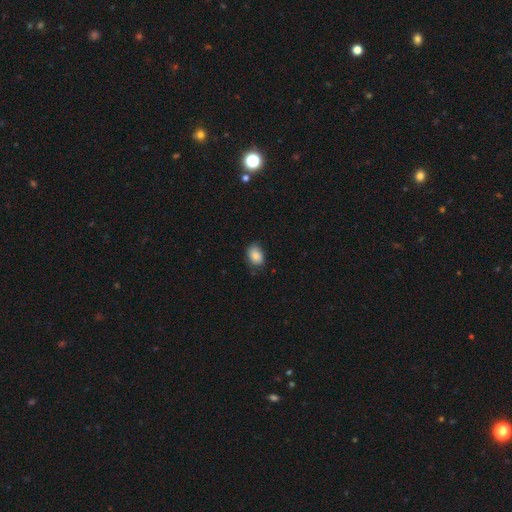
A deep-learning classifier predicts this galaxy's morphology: A smooth galaxy with no disk features (85%) that is in between round and cigar-shaped (78%). Merging: none (71%).